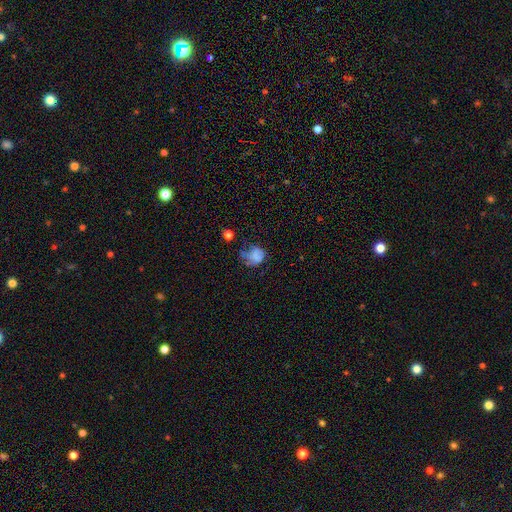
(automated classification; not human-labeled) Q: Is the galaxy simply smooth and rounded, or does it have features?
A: smooth — 62%.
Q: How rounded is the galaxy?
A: round — 56%.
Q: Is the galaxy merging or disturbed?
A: none — 36%.